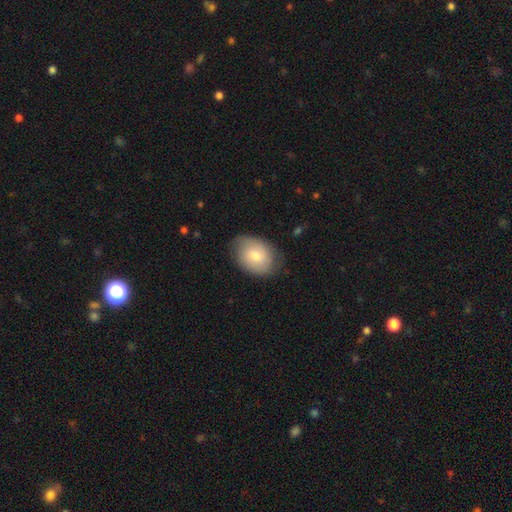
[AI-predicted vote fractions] This is likely a smooth galaxy (69%). How rounded: likely in between (75%). Merging: likely none (74%).